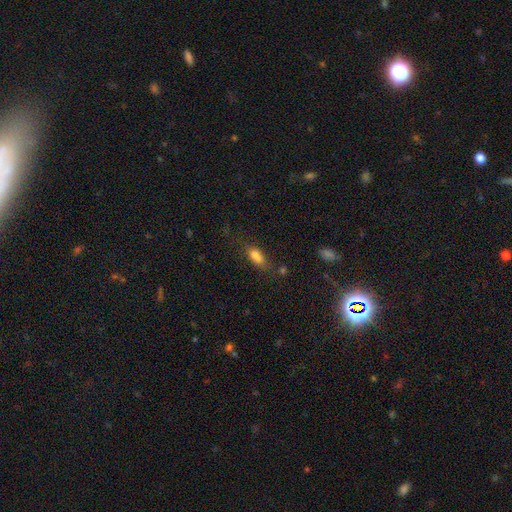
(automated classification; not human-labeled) smooth-or-featured: smooth: 78% | star or artifact: 11% | featured or disk: 10%
  how-rounded: in between: 77% | cigar-shaped: 18% | round: 5%
  merging: none: 57% | minor disturbance: 24% | major disturbance: 11% | merger: 9%